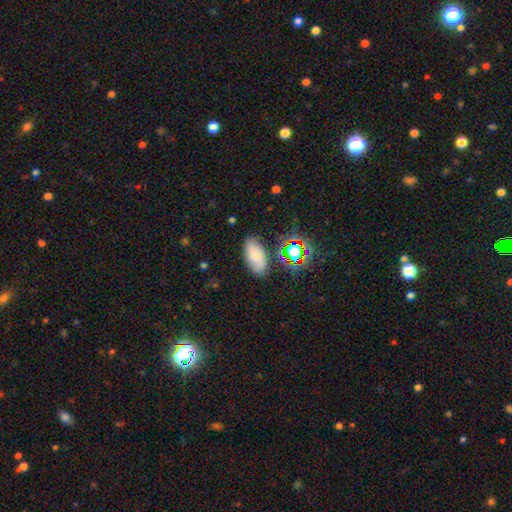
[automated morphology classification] Smooth or featured? smooth (67%)
How rounded? in between (90%)
Merging? none (78%)